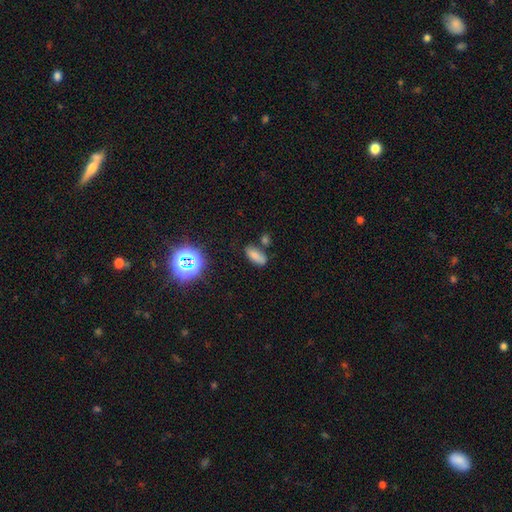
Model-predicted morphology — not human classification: A smooth galaxy with no disk features (76%) that is in between round and cigar-shaped (83%). Merging: none (72%).